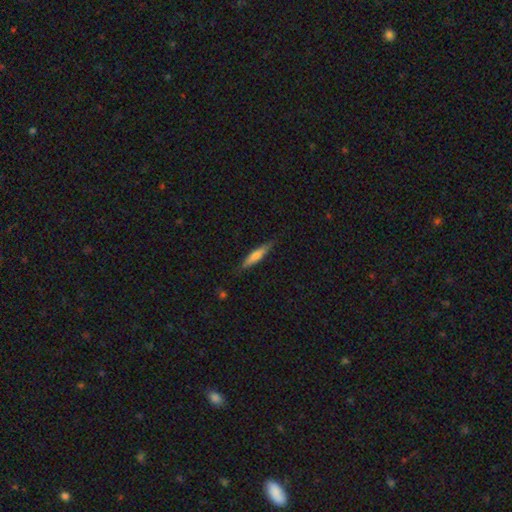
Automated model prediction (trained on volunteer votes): smooth_or_featured: smooth (p=0.63) [alt: featured or disk p=0.31]
how_rounded: cigar-shaped (p=0.83) [alt: in between p=0.16]
merging: none (p=0.80) [alt: minor disturbance p=0.16]